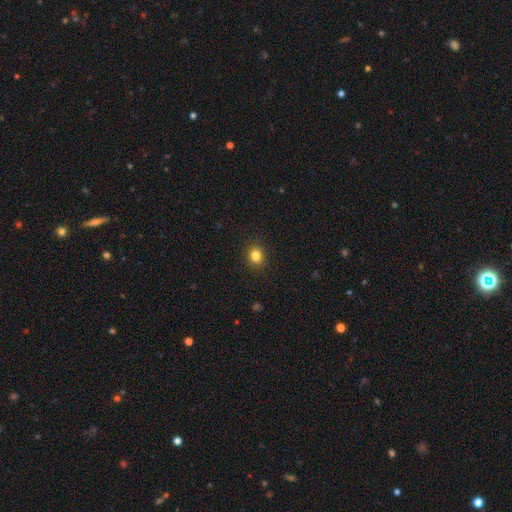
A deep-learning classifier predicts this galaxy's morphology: Smooth or featured? Predicted: smooth (p=0.82). How rounded? Predicted: round (p=0.71). Merging? Predicted: none (p=0.91).